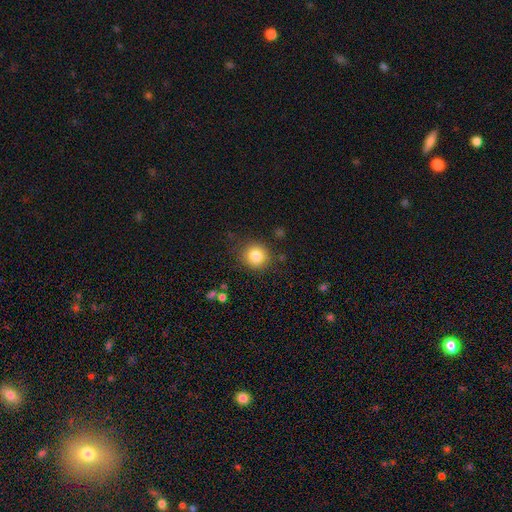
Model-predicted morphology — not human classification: Overall: smooth (84%). How rounded: round (88%). Merging: none (84%).